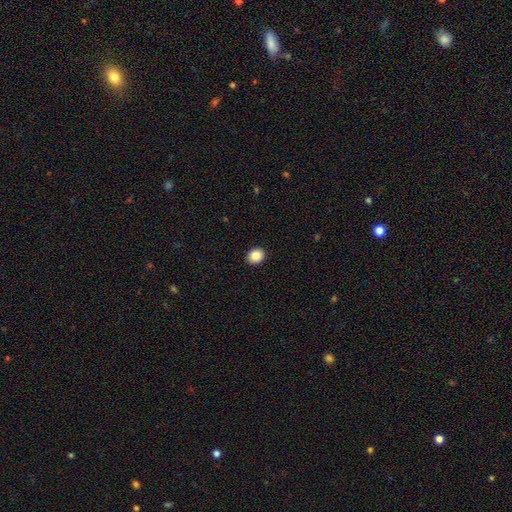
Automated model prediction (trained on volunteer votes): Q: Smooth or featured?
A: smooth (86%); runner-up: star or artifact (9%)
Q: How rounded?
A: round (59%); runner-up: in between (41%)
Q: Merging?
A: none (92%); runner-up: minor disturbance (6%)